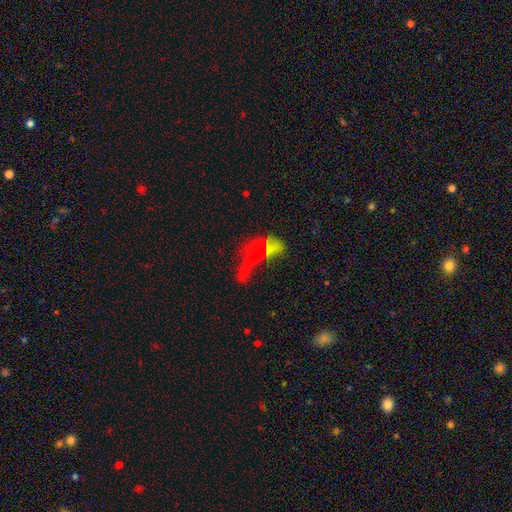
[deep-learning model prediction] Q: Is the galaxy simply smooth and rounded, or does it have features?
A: smooth — 42%.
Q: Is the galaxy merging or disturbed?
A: merger — 32%.